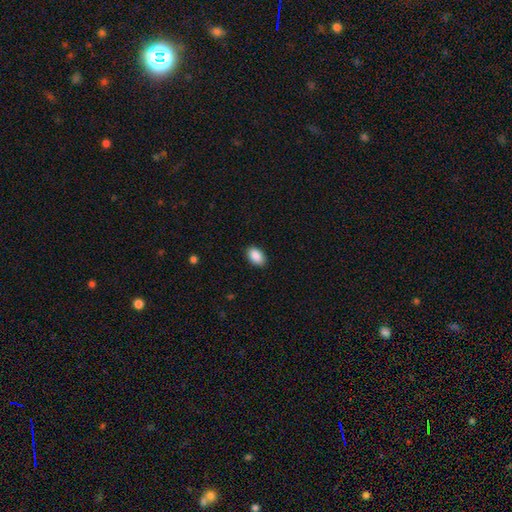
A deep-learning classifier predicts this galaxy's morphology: smooth 90%, star or artifact 7%, featured or disk 3%. Down the decision tree: how rounded — in between (92%); merging — none (89%).